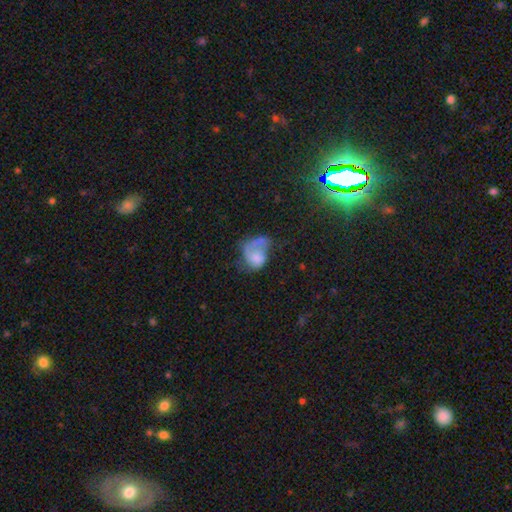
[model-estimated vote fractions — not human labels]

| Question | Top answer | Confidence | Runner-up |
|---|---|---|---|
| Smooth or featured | smooth | 51% | featured or disk (40%) |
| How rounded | in between | 63% | round (36%) |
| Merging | major disturbance | 44% | minor disturbance (21%) |